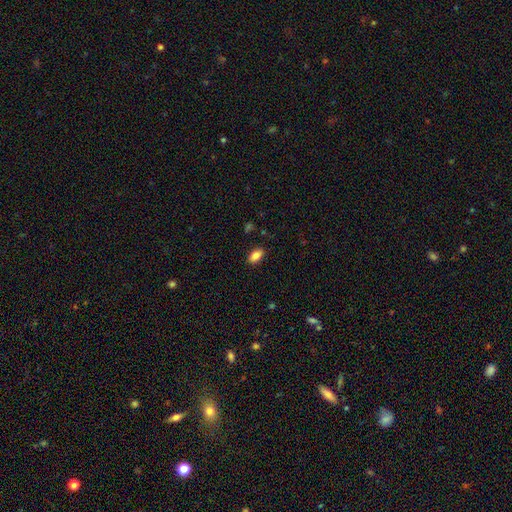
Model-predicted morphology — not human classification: smooth-or-featured: smooth: 83% | featured or disk: 9% | star or artifact: 9%
  how-rounded: in between: 90% | round: 7% | cigar-shaped: 4%
  merging: none: 87% | minor disturbance: 10% | major disturbance: 2% | merger: 1%